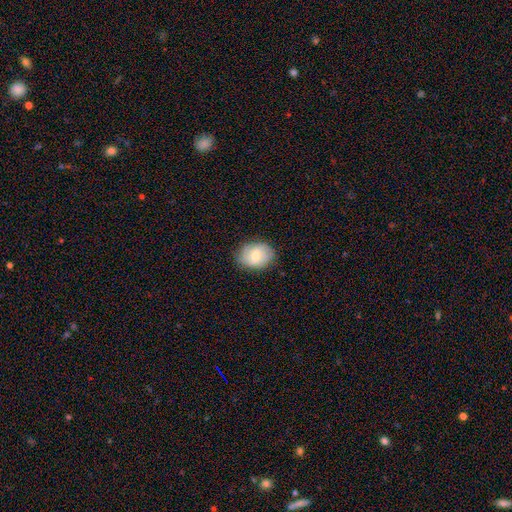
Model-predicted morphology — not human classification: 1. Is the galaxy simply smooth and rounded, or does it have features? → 50% smooth, 43% featured or disk, 7% star or artifact.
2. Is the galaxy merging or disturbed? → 79% none, 16% minor disturbance, 4% major disturbance, 1% merger.